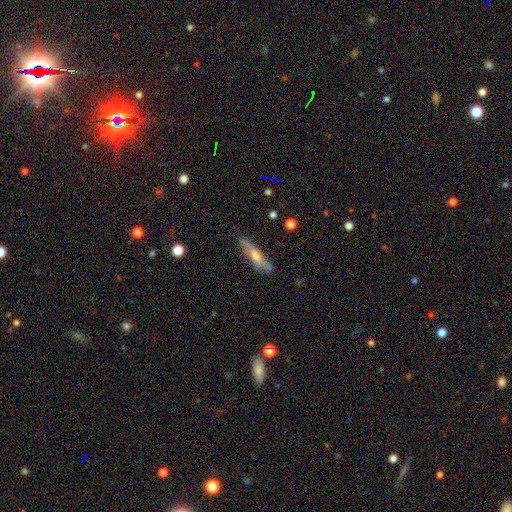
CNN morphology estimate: A smooth galaxy with no disk features (52%) that is cigar-shaped (72%).

Vote fractions:
- Smooth or featured? smooth: 52% / featured or disk: 42% / star or artifact: 7%
- How rounded? cigar-shaped: 72% / in between: 26% / round: 2%
- Merging? none: 75% / minor disturbance: 19% / major disturbance: 4% / merger: 2%